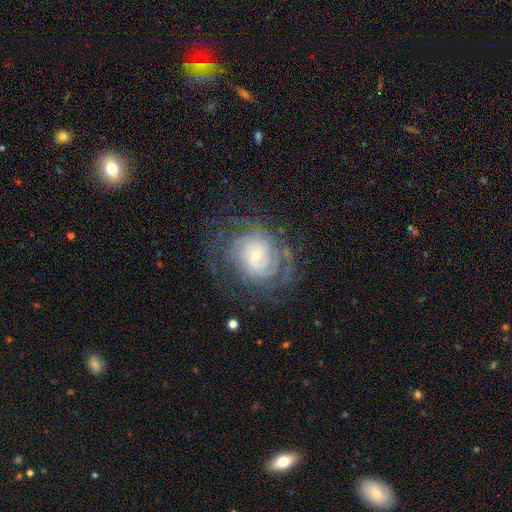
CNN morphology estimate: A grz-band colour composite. It shows a featured or disk galaxy (82%) with no bar (63%), tight (72%) spiral arms (92%) and a small central bulge (69%). Merging: none (68%).